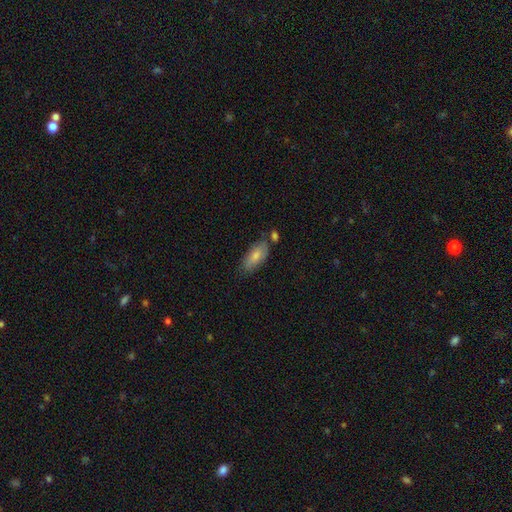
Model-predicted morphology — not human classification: Q: Smooth or featured?
A: smooth (78%); runner-up: featured or disk (16%)
Q: How rounded?
A: in between (84%); runner-up: cigar-shaped (14%)
Q: Merging?
A: none (62%); runner-up: minor disturbance (21%)